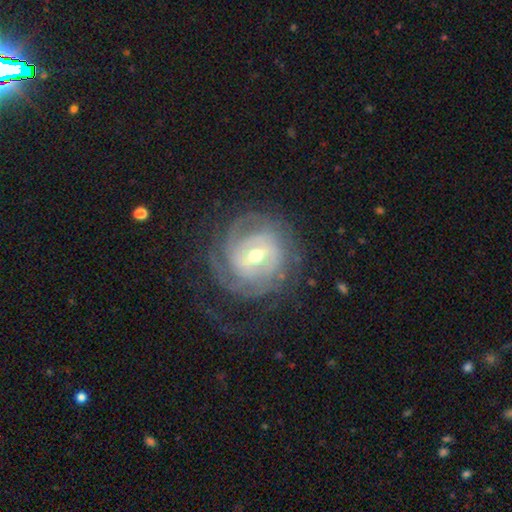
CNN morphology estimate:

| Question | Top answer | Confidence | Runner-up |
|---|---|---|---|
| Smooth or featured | featured or disk | 87% | smooth (8%) |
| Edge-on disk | no | 97% | yes (3%) |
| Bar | weak | 51% | strong (25%) |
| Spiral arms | yes | 95% | no (5%) |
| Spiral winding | tight | 67% | medium (24%) |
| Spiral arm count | can't tell | 33% | 2 (27%) |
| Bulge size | moderate | 51% | small (45%) |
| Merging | none | 69% | minor disturbance (16%) |